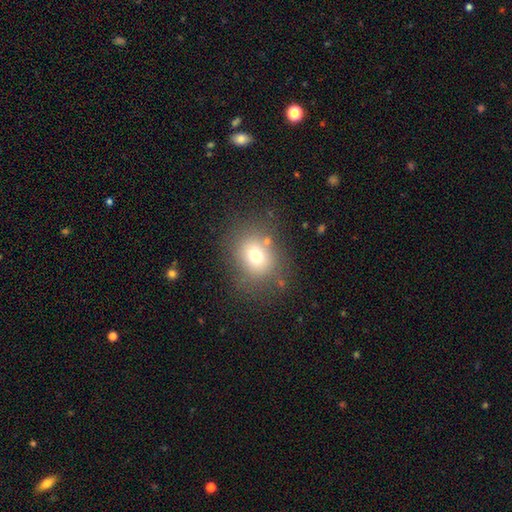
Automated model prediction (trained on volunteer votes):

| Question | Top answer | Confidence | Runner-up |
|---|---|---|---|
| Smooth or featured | smooth | 71% | star or artifact (15%) |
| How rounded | round | 61% | in between (38%) |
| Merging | none | 74% | minor disturbance (14%) |